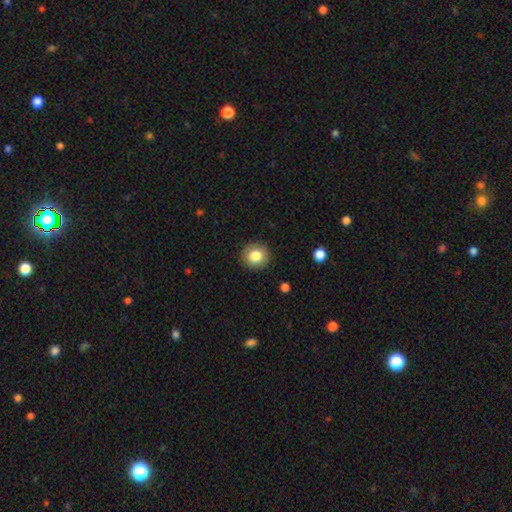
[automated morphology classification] type=smooth (82%); roundness=round (91%); merging=none (90%).